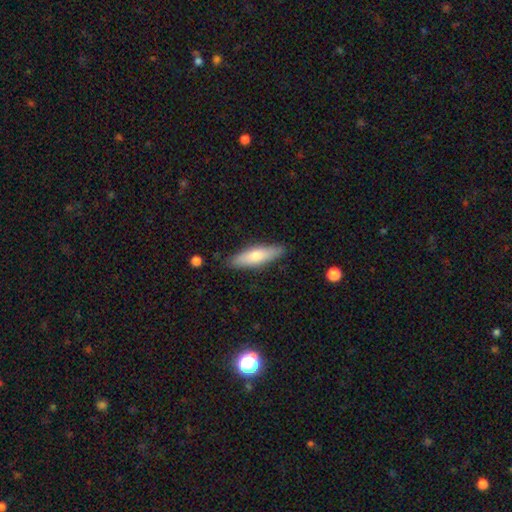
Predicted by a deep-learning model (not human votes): Morphology: type=smooth (65%); roundness=cigar-shaped (63%); merging=none (87%).